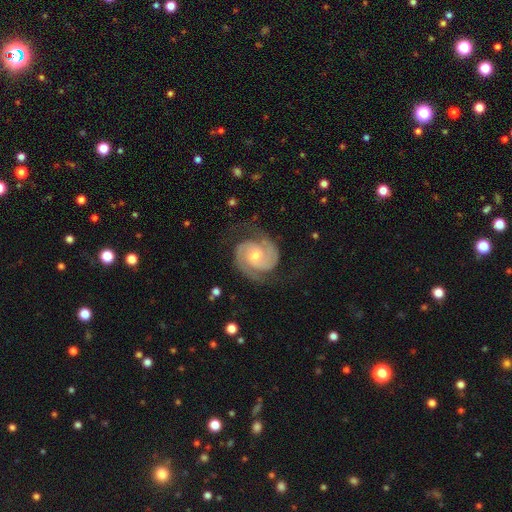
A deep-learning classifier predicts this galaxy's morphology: Q: Smooth or featured?
A: featured or disk (92%); runner-up: smooth (4%)
Q: Edge-on disk?
A: no (98%); runner-up: yes (2%)
Q: Bar?
A: no (54%); runner-up: weak (38%)
Q: Spiral arms?
A: yes (98%); runner-up: no (2%)
Q: Spiral winding?
A: tight (47%); runner-up: medium (45%)
Q: Spiral arm count?
A: 2 (93%); runner-up: can't tell (2%)
Q: Bulge size?
A: moderate (55%); runner-up: small (40%)
Q: Merging?
A: none (78%); runner-up: minor disturbance (15%)